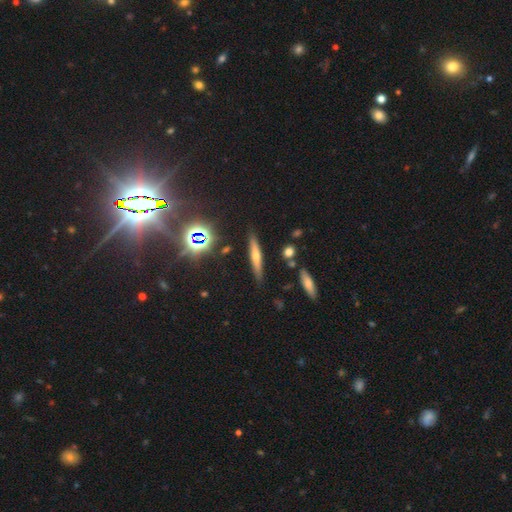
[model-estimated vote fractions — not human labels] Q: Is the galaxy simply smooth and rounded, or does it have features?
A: featured or disk — 43%.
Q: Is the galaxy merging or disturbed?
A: none — 85%.